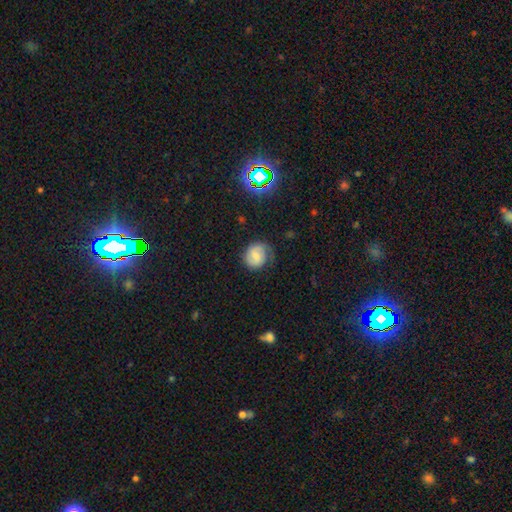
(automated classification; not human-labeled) featured or disk 49%, smooth 41%, star or artifact 10%. Down the decision tree: merging — none (65%).